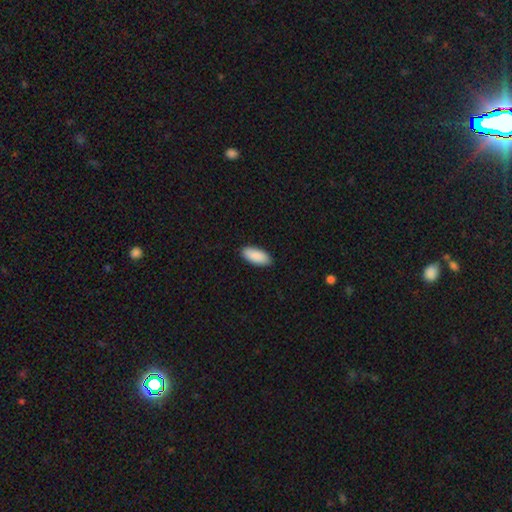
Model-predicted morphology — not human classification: A smooth galaxy with no disk features (91%) that is in between round and cigar-shaped (90%).

Vote fractions:
- Smooth or featured? smooth: 91% / star or artifact: 5% / featured or disk: 4%
- How rounded? in between: 90% / cigar-shaped: 9% / round: 2%
- Merging? none: 88% / minor disturbance: 9% / major disturbance: 2% / merger: 1%